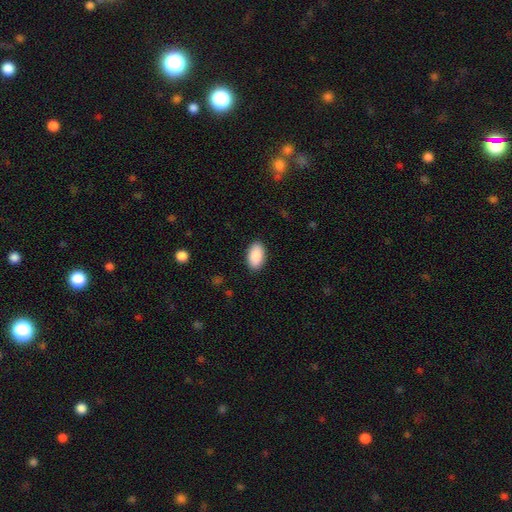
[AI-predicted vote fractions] Smooth or featured?
  - smooth: 91% *
  - star or artifact: 6%
  - featured or disk: 3%
How rounded?
  - in between: 95% *
  - round: 4%
  - cigar-shaped: 1%
Merging?
  - none: 89% *
  - minor disturbance: 8%
  - major disturbance: 2%
  - merger: 1%